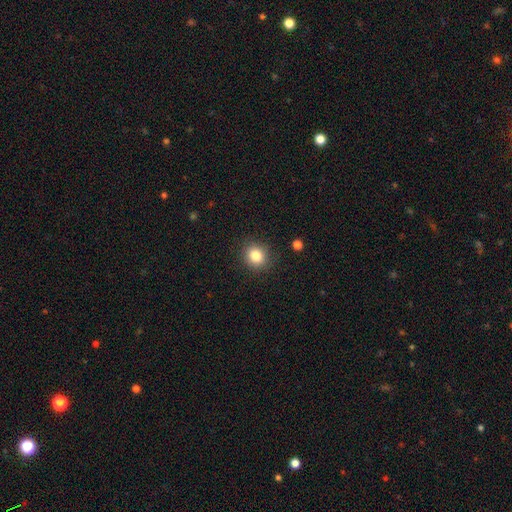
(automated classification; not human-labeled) Smooth or featured? smooth (83%)
How rounded? round (80%)
Merging? none (88%)